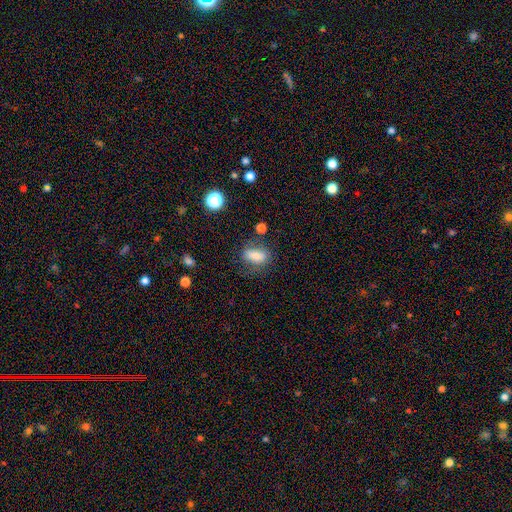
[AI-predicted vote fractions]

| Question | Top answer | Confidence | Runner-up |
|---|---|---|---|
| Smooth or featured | smooth | 72% | featured or disk (17%) |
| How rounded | in between | 81% | round (11%) |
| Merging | none | 63% | minor disturbance (21%) |